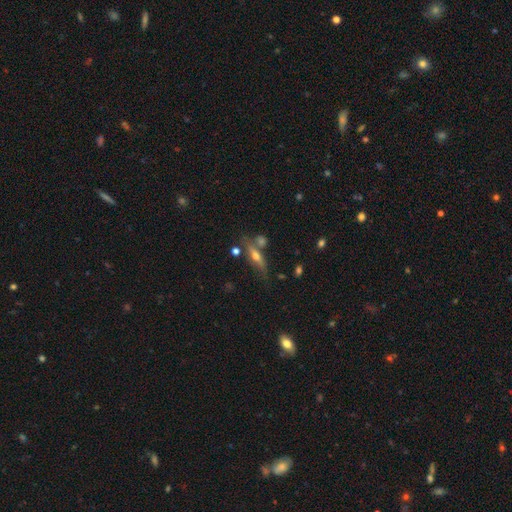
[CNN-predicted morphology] A featured or disk galaxy (57%) viewed edge-on (83%). Merging: none (59%).